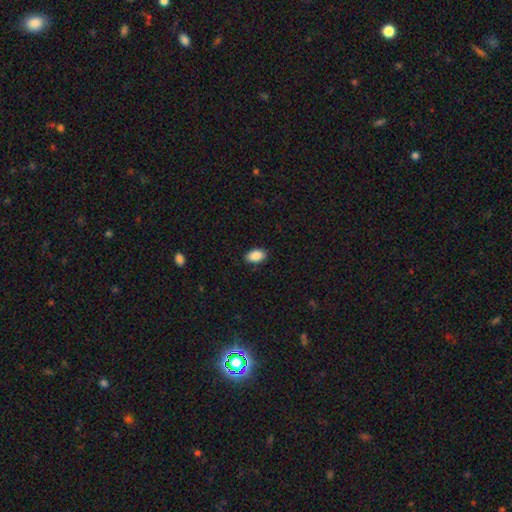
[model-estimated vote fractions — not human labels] Q: Smooth or featured?
A: smooth (89%); runner-up: star or artifact (7%)
Q: How rounded?
A: in between (90%); runner-up: round (9%)
Q: Merging?
A: none (87%); runner-up: minor disturbance (10%)